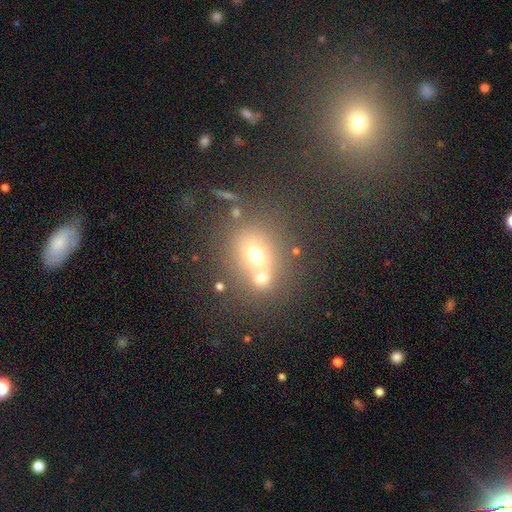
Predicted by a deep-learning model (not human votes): A smooth galaxy with no disk features (62%) that is round (70%).

Vote fractions:
- Smooth or featured? smooth: 62% / star or artifact: 19% / featured or disk: 19%
- How rounded? round: 70% / in between: 29% / cigar-shaped: 1%
- Merging? none: 44% / merger: 41% / minor disturbance: 9% / major disturbance: 5%